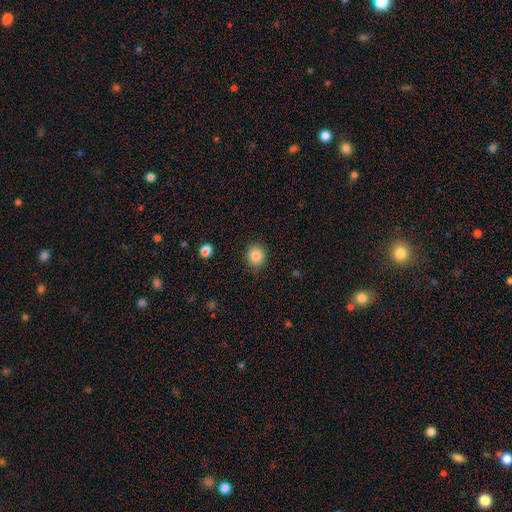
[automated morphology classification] A smooth galaxy with no disk features (84%) that is round (82%).

Vote fractions:
- Smooth or featured? smooth: 84% / star or artifact: 10% / featured or disk: 6%
- How rounded? round: 82% / in between: 17% / cigar-shaped: 1%
- Merging? none: 82% / minor disturbance: 14% / major disturbance: 3% / merger: 1%